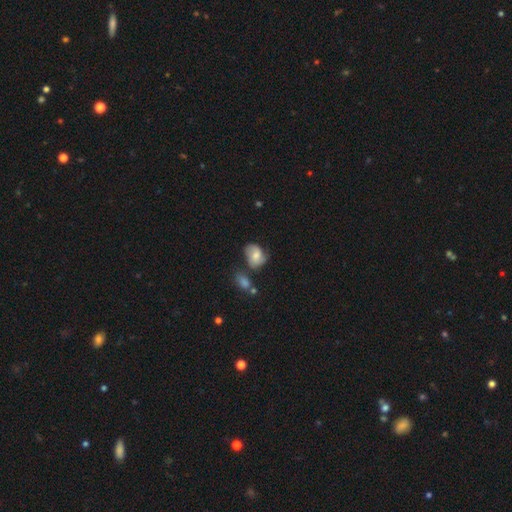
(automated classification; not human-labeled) This is possibly a smooth galaxy (53%). How rounded: possibly in between (59%). Merging: possibly none (47%).